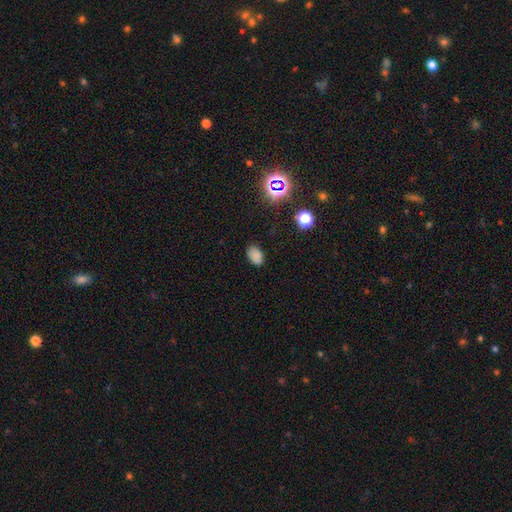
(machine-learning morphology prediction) Smooth or featured? smooth (78%)
How rounded? in between (88%)
Merging? none (81%)